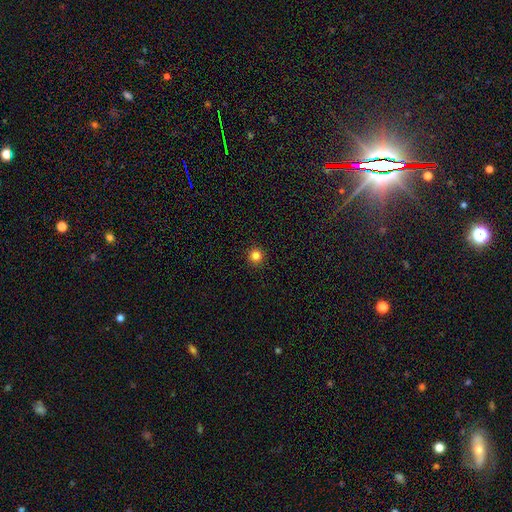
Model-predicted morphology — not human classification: The model was most divided on "smooth or featured": smooth: 83%, star or artifact: 13%, featured or disk: 4%. More confident: how rounded — round (96%); merging — none (93%).